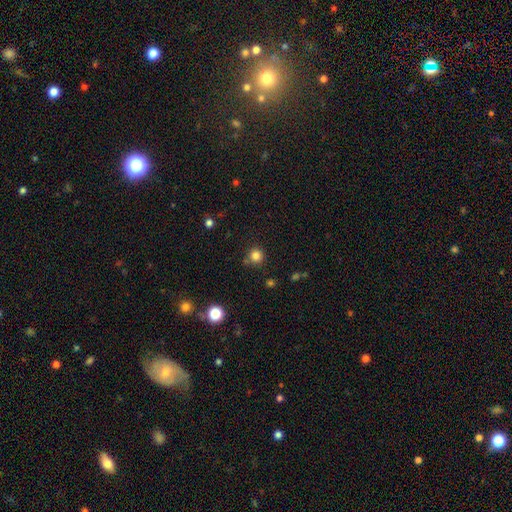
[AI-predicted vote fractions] smooth 82%, star or artifact 14%, featured or disk 5%. Down the decision tree: how rounded — round (94%); merging — none (82%).